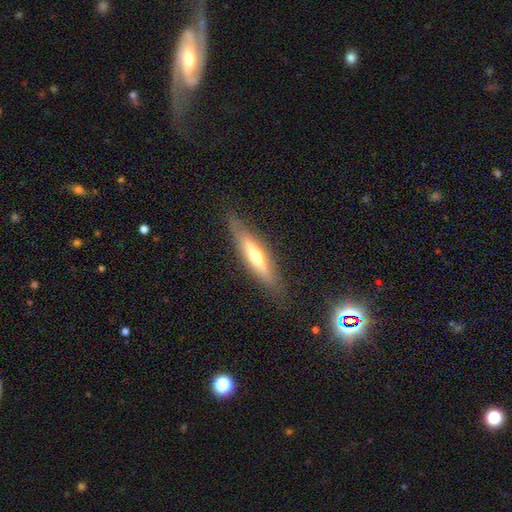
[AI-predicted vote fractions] Smooth or featured? featured or disk (57%)
Edge-on disk? yes (89%)
Edge-on bulge? rounded (86%)
Merging? none (83%)